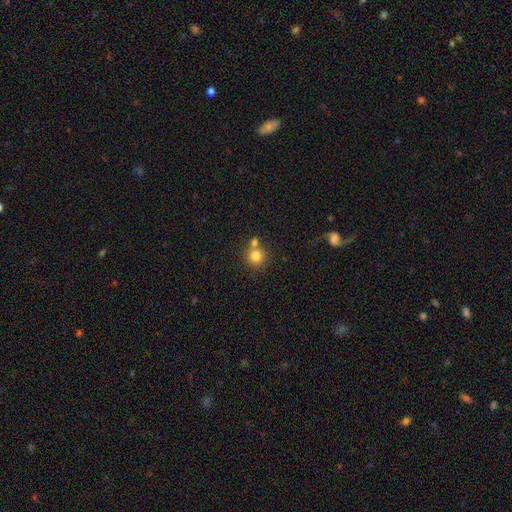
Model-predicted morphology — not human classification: A smooth galaxy with no disk features (80%) that is round (90%).

Vote fractions:
- Smooth or featured? smooth: 80% / star or artifact: 11% / featured or disk: 9%
- How rounded? round: 90% / in between: 9% / cigar-shaped: 1%
- Merging? none: 58% / merger: 31% / minor disturbance: 8% / major disturbance: 3%